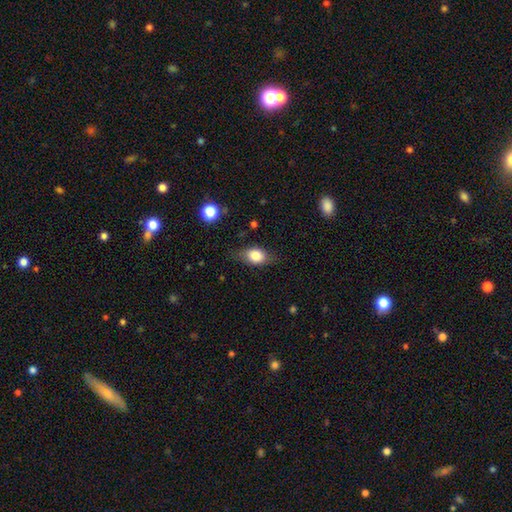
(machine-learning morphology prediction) smooth 77%, featured or disk 15%, star or artifact 8%. Down the decision tree: how rounded — in between (75%); merging — none (72%).